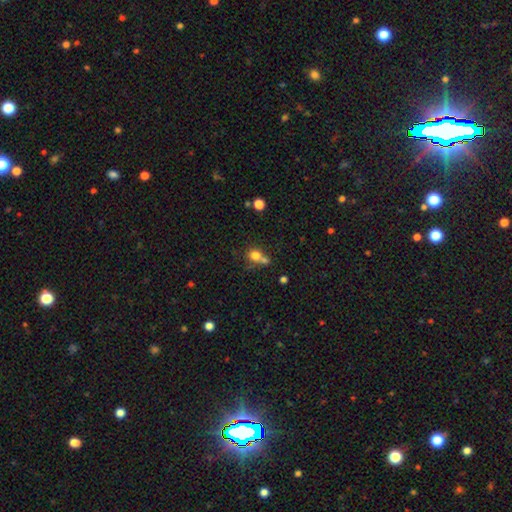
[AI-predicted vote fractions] A smooth galaxy with no disk features (76%) that is round (78%). Merging: merger (45%).